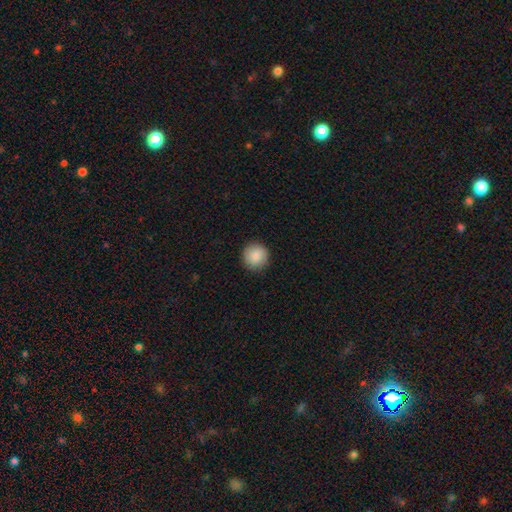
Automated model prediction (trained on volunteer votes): Smooth or featured: smooth — 88% (star or artifact — 7%)
How rounded: round — 94% (in between — 5%)
Merging: none — 91% (minor disturbance — 6%)